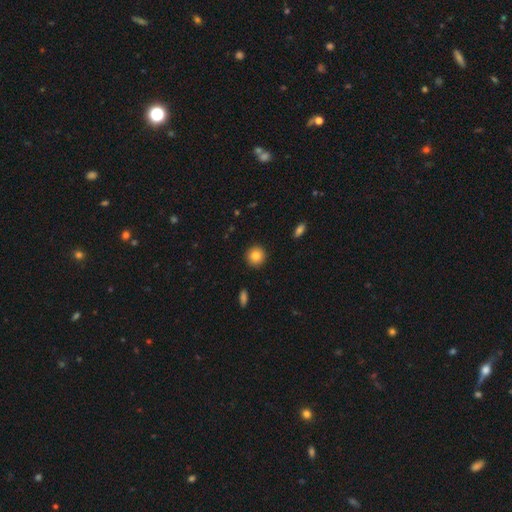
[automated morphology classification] smooth_or_featured: smooth (p=0.84) [alt: star or artifact p=0.09]
how_rounded: round (p=0.93) [alt: in between p=0.06]
merging: none (p=0.92) [alt: minor disturbance p=0.05]